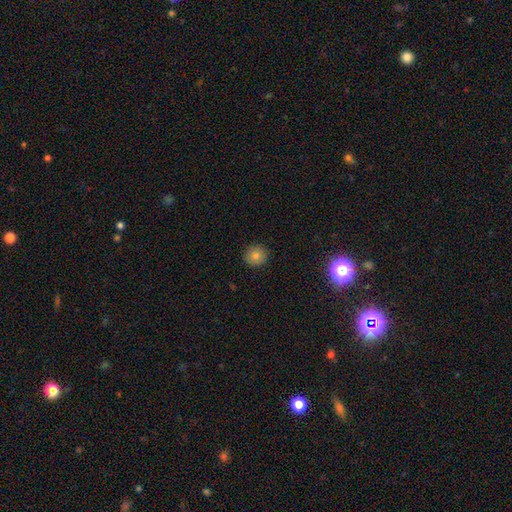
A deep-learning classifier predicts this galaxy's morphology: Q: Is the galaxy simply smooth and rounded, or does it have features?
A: smooth — 79%.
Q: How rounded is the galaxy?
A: round — 94%.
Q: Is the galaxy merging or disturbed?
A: none — 91%.